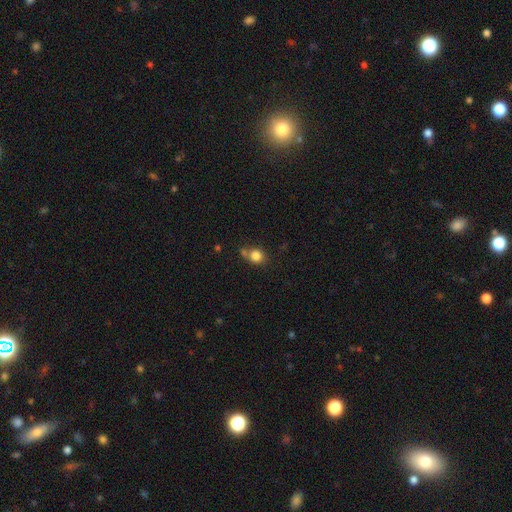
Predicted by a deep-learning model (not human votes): smooth_or_featured: smooth (p=0.82) [alt: star or artifact p=0.11]
how_rounded: round (p=0.78) [alt: in between p=0.21]
merging: none (p=0.59) [alt: merger p=0.21]